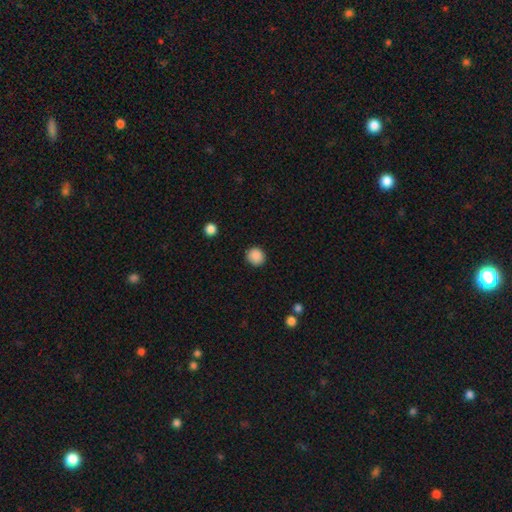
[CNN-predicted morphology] smooth-or-featured: smooth: 88% | star or artifact: 9% | featured or disk: 2%
  how-rounded: round: 89% | in between: 10% | cigar-shaped: 1%
  merging: none: 90% | minor disturbance: 6% | major disturbance: 2% | merger: 1%